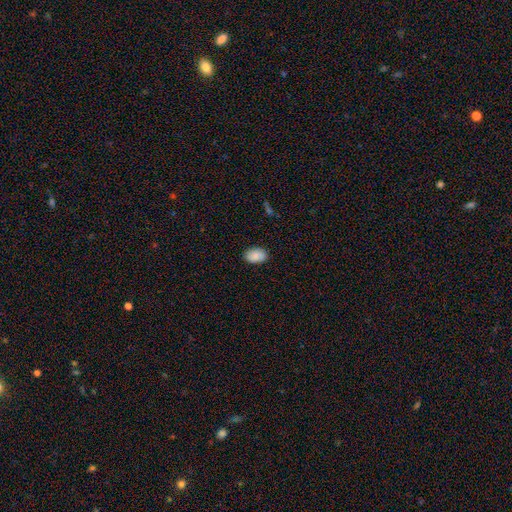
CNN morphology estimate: Smooth or featured: smooth — 89% (star or artifact — 6%)
How rounded: in between — 92% (round — 7%)
Merging: none — 87% (minor disturbance — 9%)